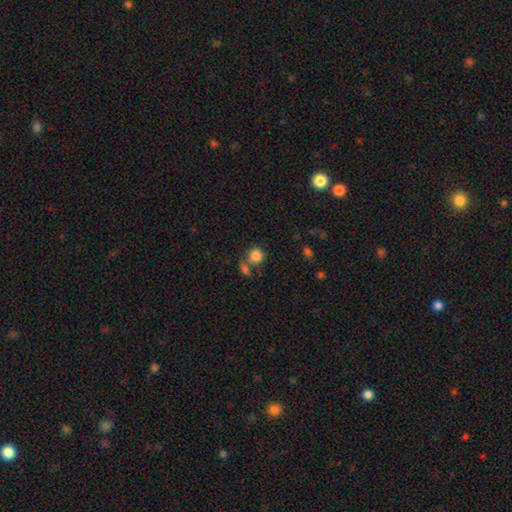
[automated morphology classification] The model was most divided on "merging": none: 56%, merger: 28%, minor disturbance: 11%, major disturbance: 6%. More confident: how rounded — round (85%); smooth or featured — smooth (84%).